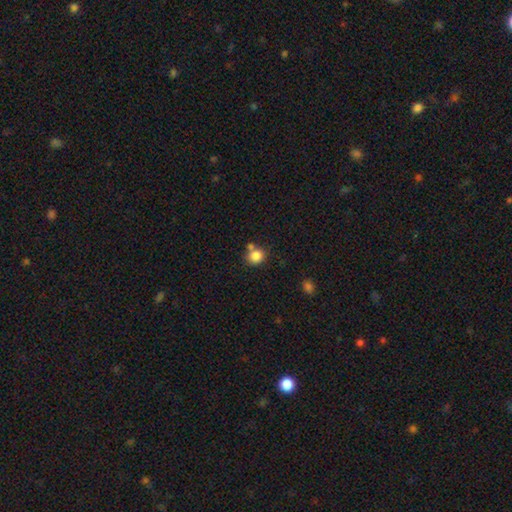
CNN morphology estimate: A smooth galaxy with no disk features (84%) that is round (80%). Merging: none (63%).